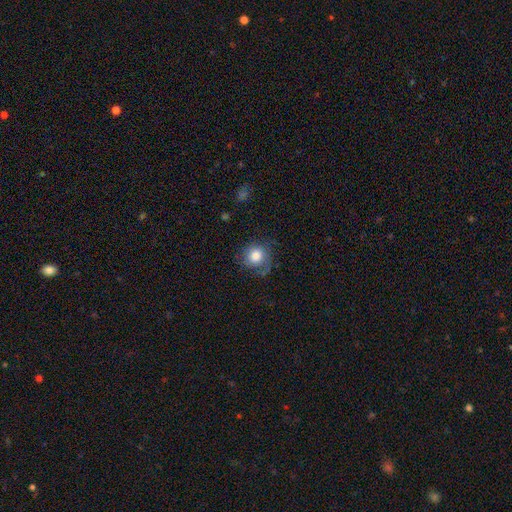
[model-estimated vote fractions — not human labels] Smooth or featured? Predicted: smooth (p=0.80). How rounded? Predicted: round (p=0.84). Merging? Predicted: none (p=0.61).